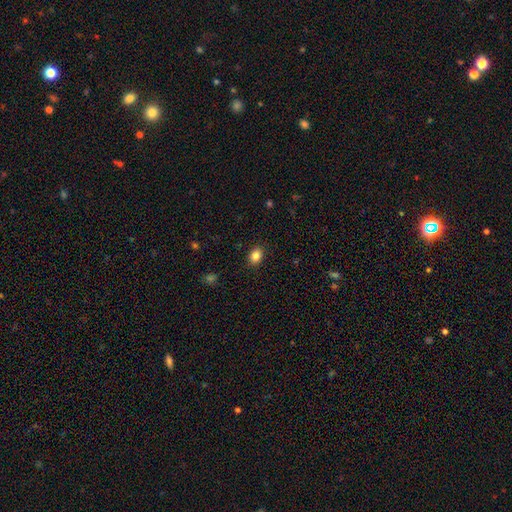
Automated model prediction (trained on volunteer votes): Morphology: type=smooth (84%); roundness=in between (63%); merging=none (89%).